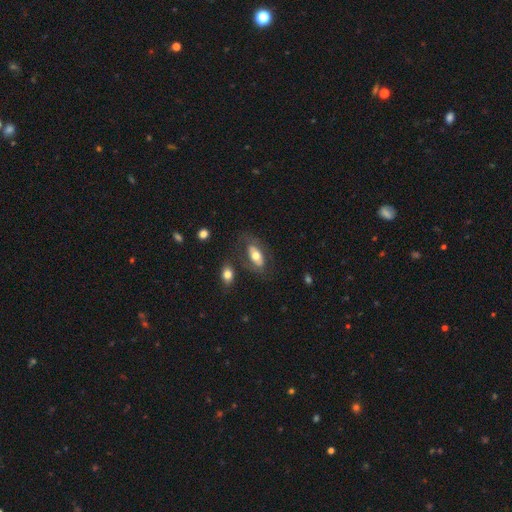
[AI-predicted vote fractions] smooth-or-featured: smooth: 56% | featured or disk: 37% | star or artifact: 7%
  how-rounded: in between: 86% | cigar-shaped: 9% | round: 4%
  merging: none: 65% | minor disturbance: 17% | major disturbance: 10% | merger: 7%